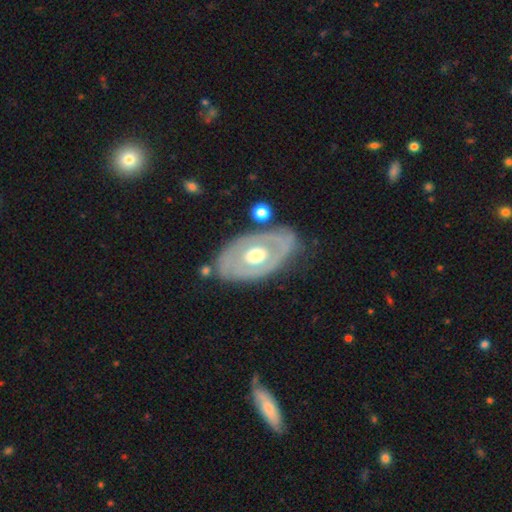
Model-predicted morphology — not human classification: A featured or disk galaxy (66%) with no bar (88%), no spiral arms (81%) and a moderate central bulge (72%). Merging: none (73%).